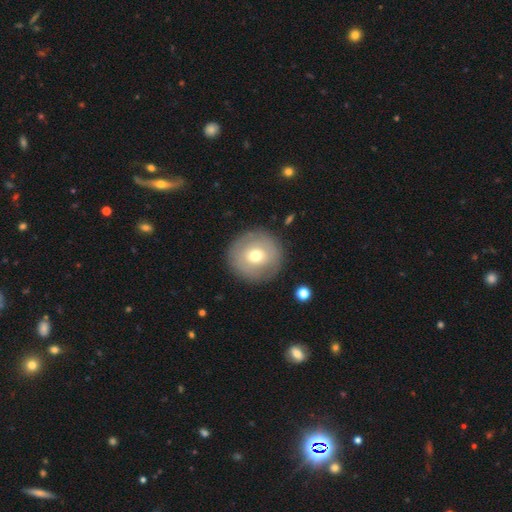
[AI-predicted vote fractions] A smooth galaxy with no disk features (64%) that is round (95%). Merging: none (88%).